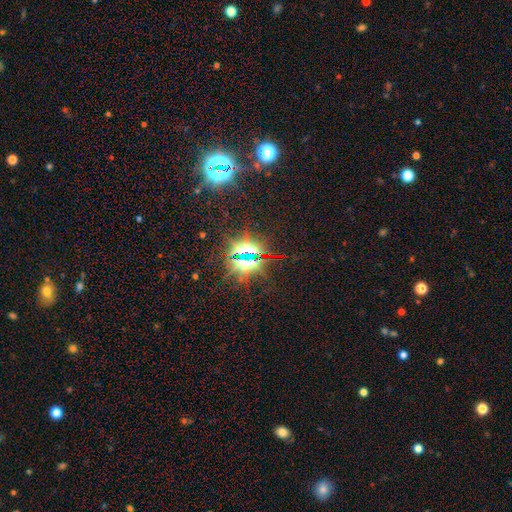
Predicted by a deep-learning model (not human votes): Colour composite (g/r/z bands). It shows a star or artifact, not a galaxy (84%).